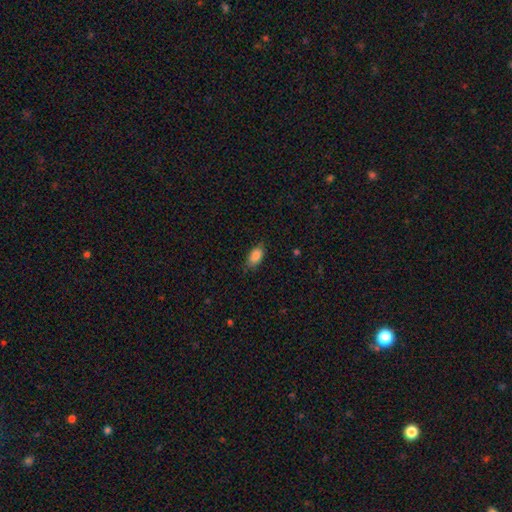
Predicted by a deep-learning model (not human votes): A smooth galaxy with no disk features (87%) that is in between round and cigar-shaped (90%).

Vote fractions:
- Smooth or featured? smooth: 87% / star or artifact: 7% / featured or disk: 6%
- How rounded? in between: 90% / cigar-shaped: 5% / round: 4%
- Merging? none: 80% / minor disturbance: 16% / major disturbance: 3% / merger: 1%